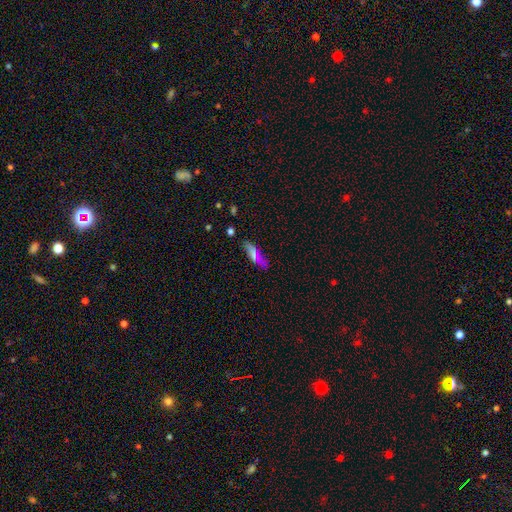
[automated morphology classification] type=smooth (63%); roundness=cigar-shaped (54%); merging=none (75%).